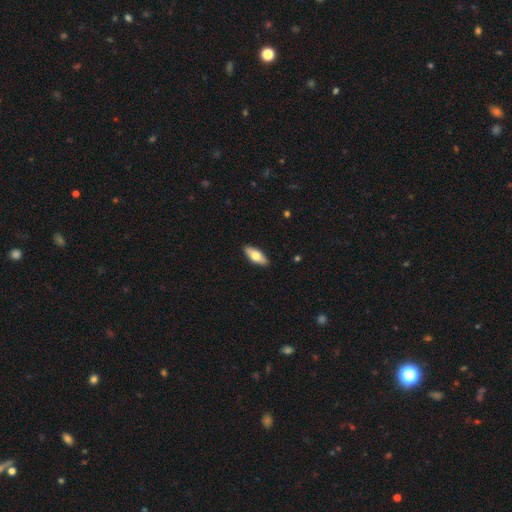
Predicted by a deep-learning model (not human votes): The model was most divided on "smooth or featured": smooth: 66%, featured or disk: 29%, star or artifact: 5%. More confident: merging — none (90%); how rounded — in between (76%).